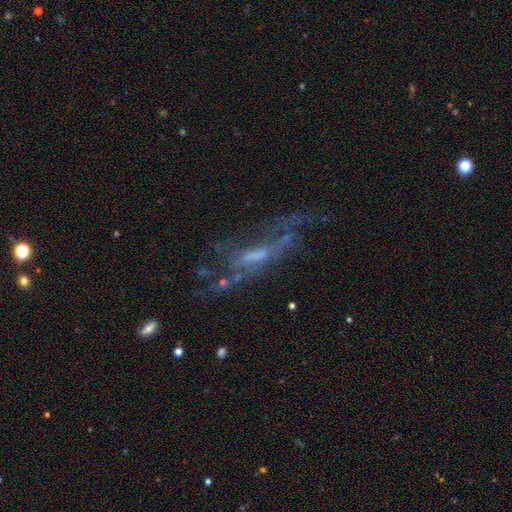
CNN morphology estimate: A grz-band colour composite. It shows a featured or disk galaxy (67%). Merging: none (42%).